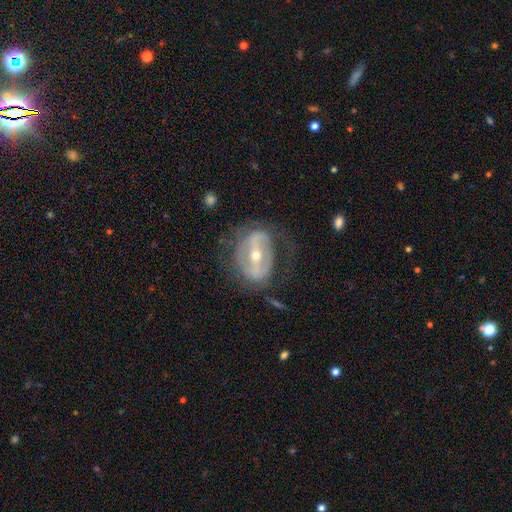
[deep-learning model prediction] Smooth or featured? Predicted: featured or disk (p=0.82). Edge-on disk? Predicted: no (p=0.93). Bar? Predicted: strong (p=0.65). Spiral arms? Predicted: yes (p=0.63). Bulge size? Predicted: moderate (p=0.49). Merging? Predicted: none (p=0.56).